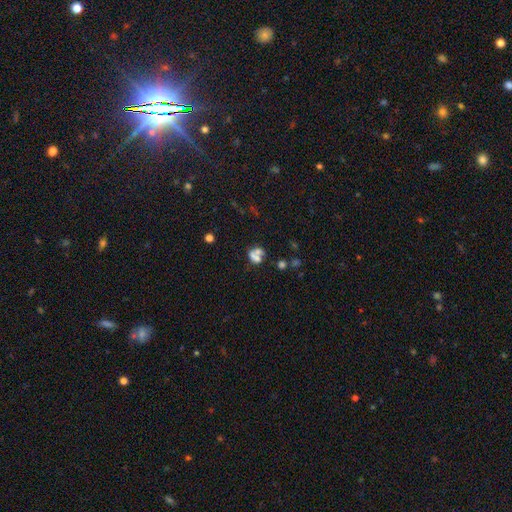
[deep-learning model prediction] The model was most divided on "how rounded": round: 52%, in between: 46%, cigar-shaped: 2%. More confident: smooth or featured — smooth (55%); merging — merger (51%).